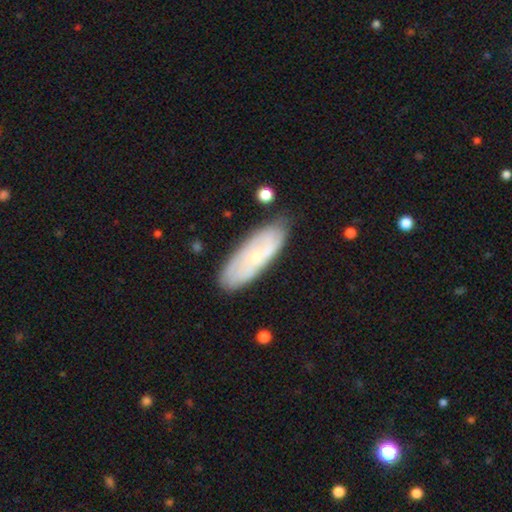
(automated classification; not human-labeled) featured or disk 51%, smooth 42%, star or artifact 7%. Down the decision tree: edge-on disk — no (82%); merging — none (76%).